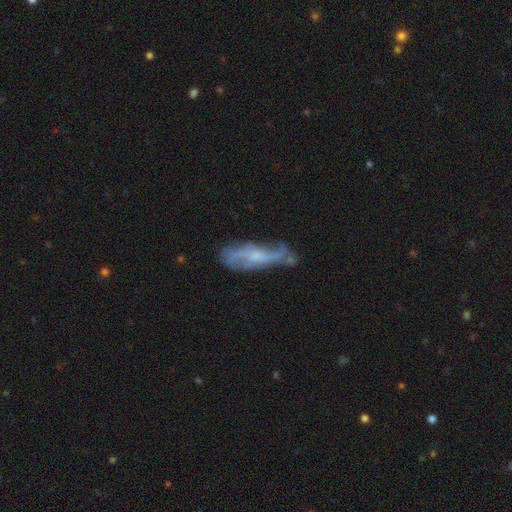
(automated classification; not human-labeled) Smooth or featured? featured or disk (64%)
Edge-on disk? no (67%)
Merging? none (54%)